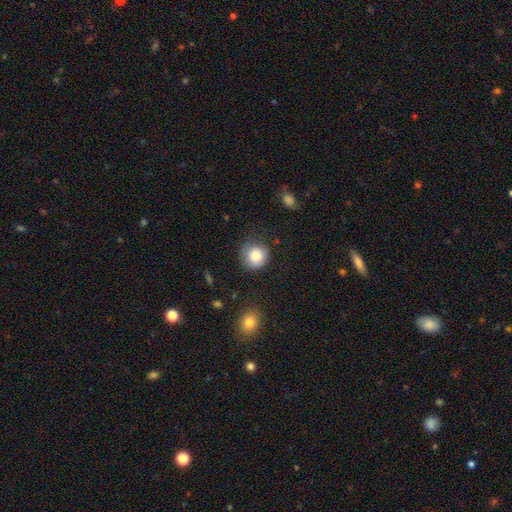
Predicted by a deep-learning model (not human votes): The model was most divided on "merging": none: 73%, minor disturbance: 20%, major disturbance: 6%, merger: 2%. More confident: how rounded — round (87%); smooth or featured — smooth (83%).